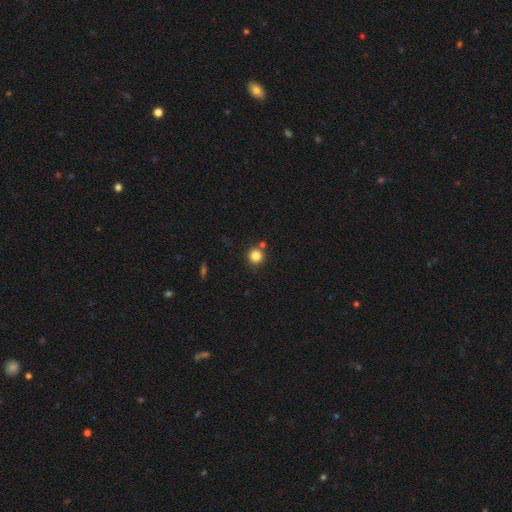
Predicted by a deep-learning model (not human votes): A smooth galaxy with no disk features (83%) that is round (93%).

Vote fractions:
- Smooth or featured? smooth: 83% / star or artifact: 12% / featured or disk: 5%
- How rounded? round: 93% / in between: 6% / cigar-shaped: 1%
- Merging? none: 78% / merger: 11% / minor disturbance: 9% / major disturbance: 3%